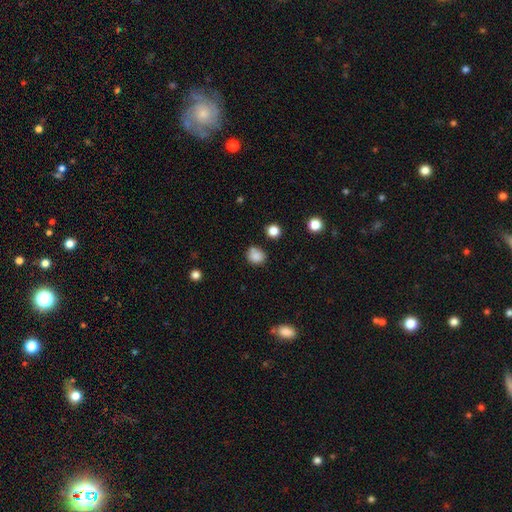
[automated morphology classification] A smooth galaxy with no disk features (83%) that is round (70%). Merging: none (66%).